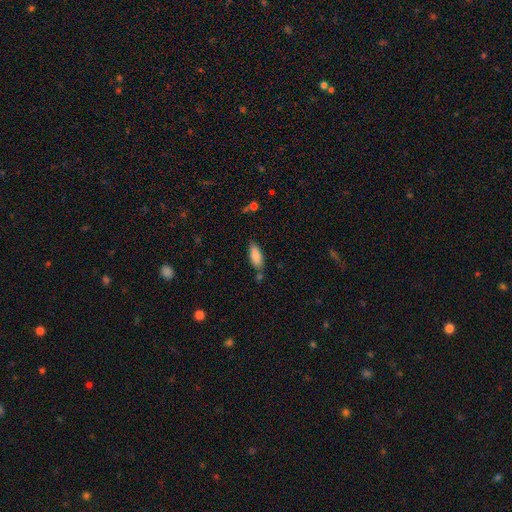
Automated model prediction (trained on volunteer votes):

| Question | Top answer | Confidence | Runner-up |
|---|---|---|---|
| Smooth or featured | smooth | 86% | featured or disk (7%) |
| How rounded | in between | 73% | cigar-shaped (25%) |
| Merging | none | 70% | minor disturbance (18%) |